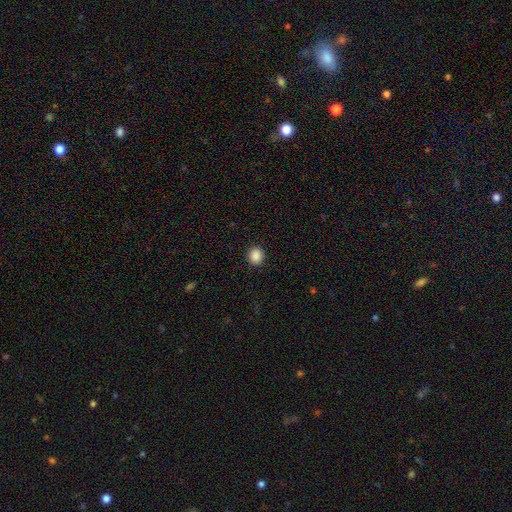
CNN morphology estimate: smooth-or-featured: smooth: 88% | star or artifact: 9% | featured or disk: 3%
  how-rounded: round: 83% | in between: 16% | cigar-shaped: 1%
  merging: none: 92% | minor disturbance: 5% | major disturbance: 2% | merger: 1%